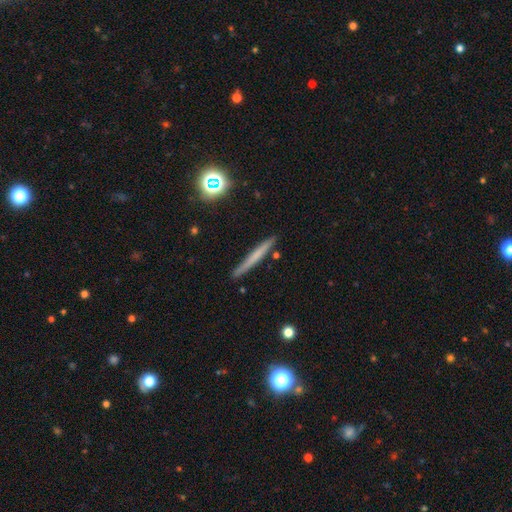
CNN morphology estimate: Q: Smooth or featured?
A: smooth (51%); runner-up: featured or disk (40%)
Q: How rounded?
A: cigar-shaped (96%); runner-up: in between (2%)
Q: Merging?
A: none (89%); runner-up: minor disturbance (8%)